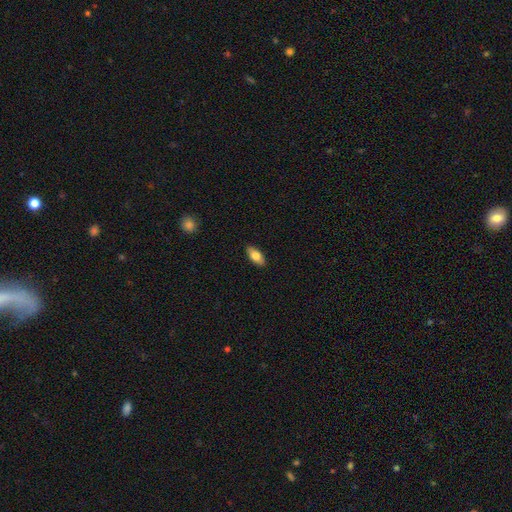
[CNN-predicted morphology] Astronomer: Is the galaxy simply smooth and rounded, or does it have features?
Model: smooth — 77%.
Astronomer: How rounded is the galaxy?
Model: in between — 89%.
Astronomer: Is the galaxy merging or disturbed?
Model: none — 89%.